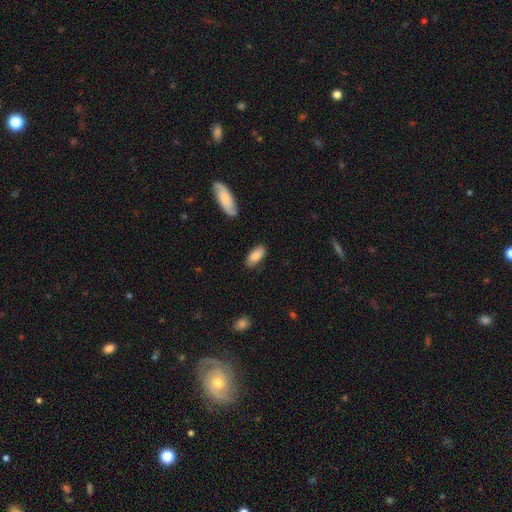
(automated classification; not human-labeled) The model was most divided on "merging": none: 81%, minor disturbance: 14%, major disturbance: 3%, merger: 2%. More confident: how rounded — in between (89%); smooth or featured — smooth (83%).